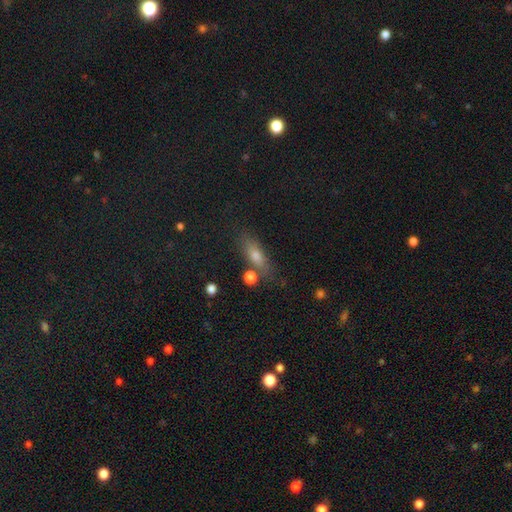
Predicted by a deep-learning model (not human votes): Morphology: type=smooth (64%); roundness=in between (52%); merging=none (73%).